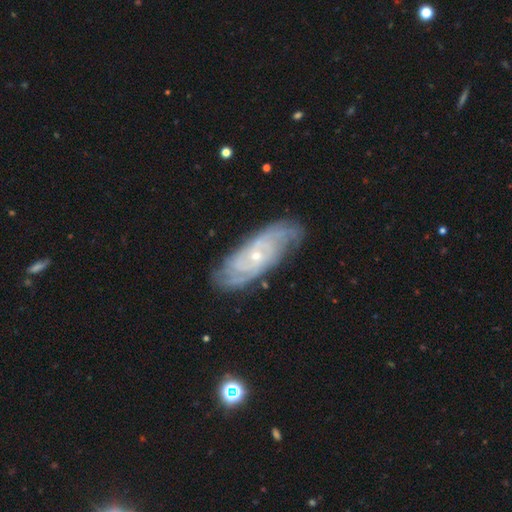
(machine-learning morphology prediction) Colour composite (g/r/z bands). It shows a featured or disk galaxy (85%) with no bar (71%), tight (67%) spiral arms (96%) and a small central bulge (76%). Merging: none (79%).